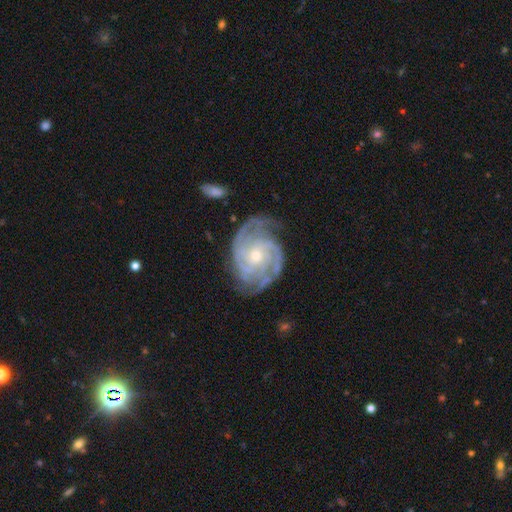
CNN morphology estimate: Overall: featured or disk (91%). Edge-on disk: no (97%). Bar: no (70%). Spiral arms: yes (98%). Spiral arm count: 3 (30%; 2 20%). Spiral winding: tight (68%). Bulge size: small (63%; moderate 34%). Merging: none (73%).